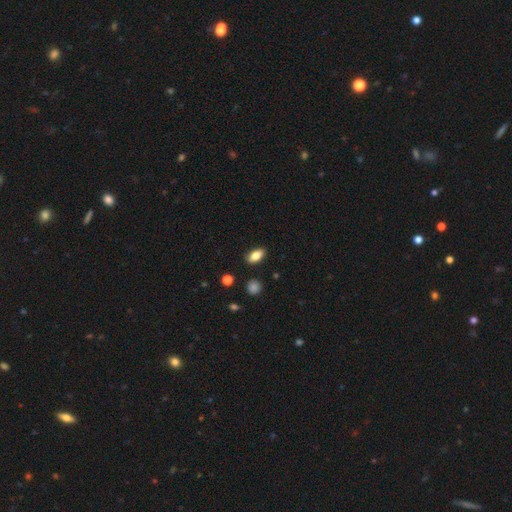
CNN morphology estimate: A smooth galaxy with no disk features (80%) that is in between round and cigar-shaped (86%). Merging: none (87%).